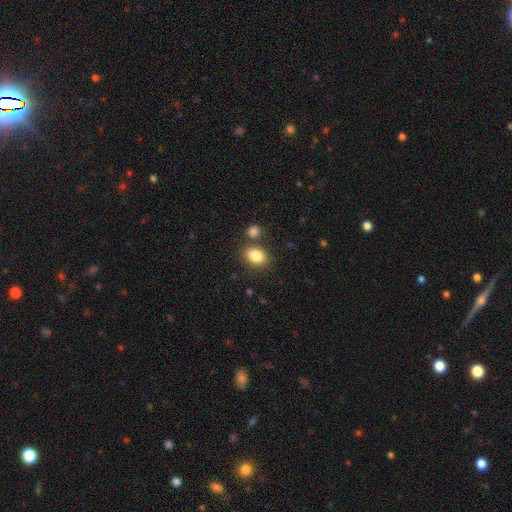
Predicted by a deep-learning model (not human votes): Smooth or featured: smooth — 84% (star or artifact — 9%)
How rounded: in between — 69% (round — 30%)
Merging: none — 73% (merger — 13%)